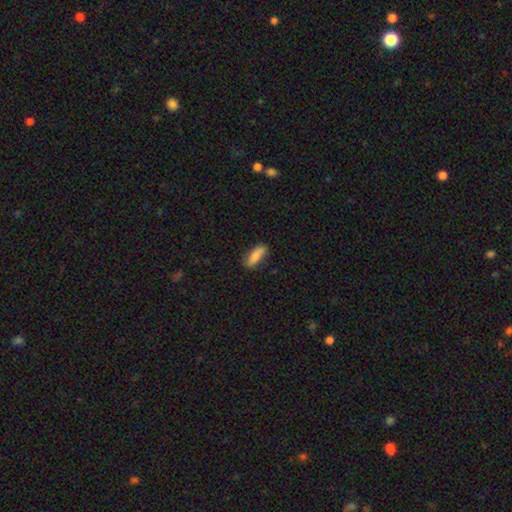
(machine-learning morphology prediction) Smooth or featured? smooth (82%)
How rounded? in between (66%)
Merging? none (79%)